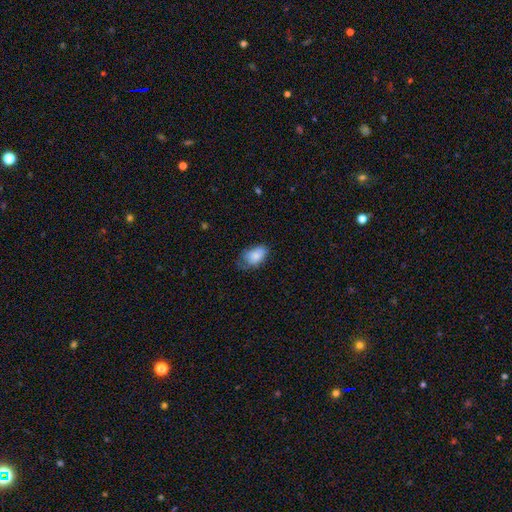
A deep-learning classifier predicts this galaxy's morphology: This appears to be a smooth galaxy with no disk features (81%) that is in between round and cigar-shaped (90%). Merging: none (43%).